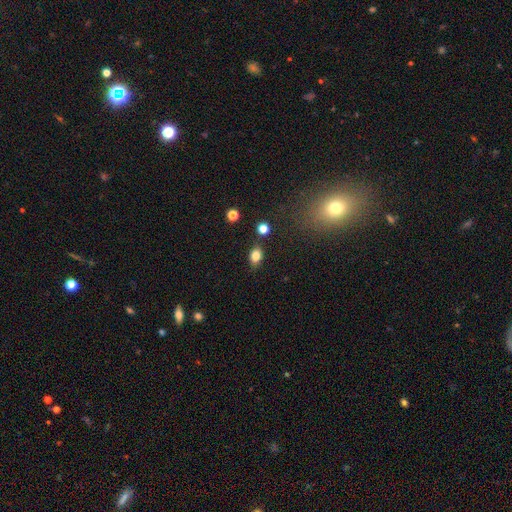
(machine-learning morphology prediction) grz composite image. It shows a smooth galaxy with no disk features (81%) that is in between round and cigar-shaped (76%). Merging: none (81%).